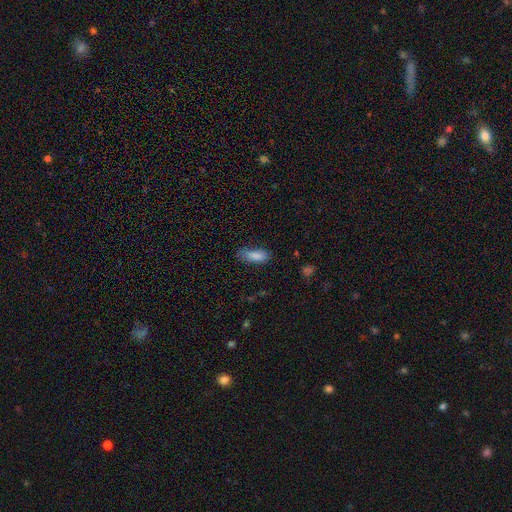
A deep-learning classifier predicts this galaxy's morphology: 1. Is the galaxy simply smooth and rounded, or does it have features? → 85% smooth, 8% star or artifact, 7% featured or disk.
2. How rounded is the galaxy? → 75% in between, 23% cigar-shaped, 2% round.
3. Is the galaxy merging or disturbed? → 62% none, 28% minor disturbance, 8% major disturbance, 2% merger.